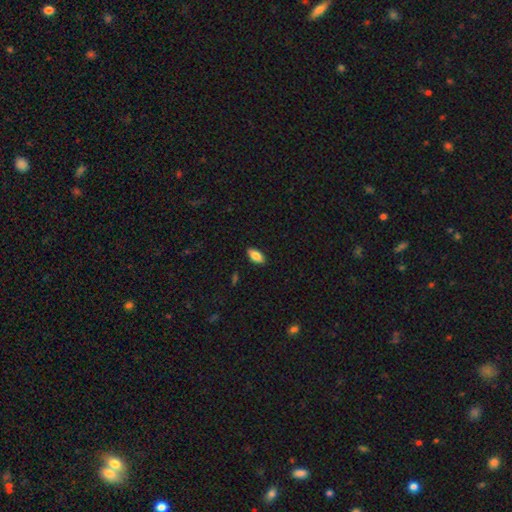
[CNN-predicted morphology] This appears to be a smooth galaxy with no disk features (83%) that is in between round and cigar-shaped (90%). Merging: none (88%).